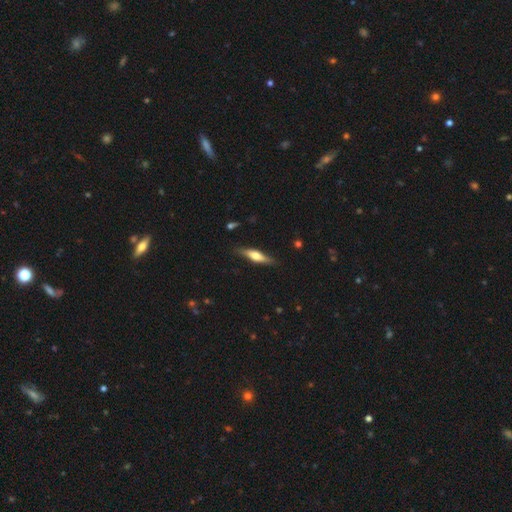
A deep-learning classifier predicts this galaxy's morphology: This appears to be a featured or disk galaxy (53%) viewed edge-on (93%). Merging: none (84%).